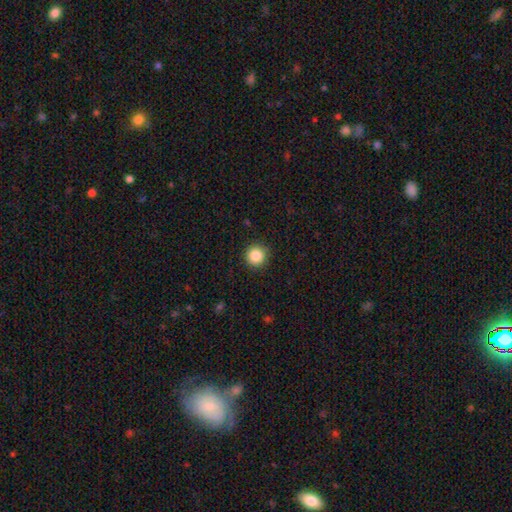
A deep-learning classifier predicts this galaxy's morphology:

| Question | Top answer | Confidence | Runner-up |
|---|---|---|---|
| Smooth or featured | smooth | 86% | star or artifact (9%) |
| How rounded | round | 96% | in between (4%) |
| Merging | none | 92% | minor disturbance (6%) |